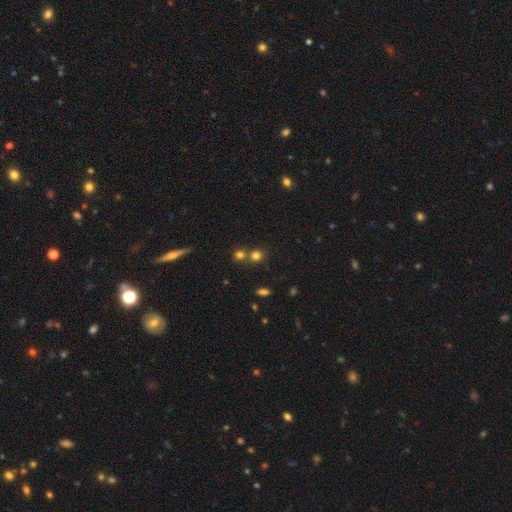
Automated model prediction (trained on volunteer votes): The model was most divided on "merging": none: 58%, merger: 33%, minor disturbance: 7%, major disturbance: 3%. More confident: how rounded — round (86%); smooth or featured — smooth (74%).